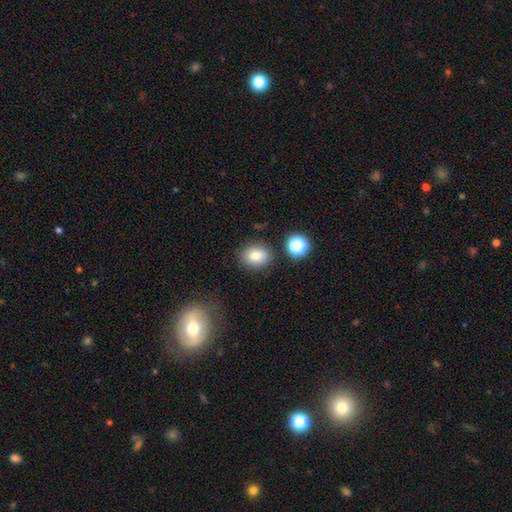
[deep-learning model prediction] A smooth galaxy with no disk features (80%) that is round (51%).

Vote fractions:
- Smooth or featured? smooth: 80% / star or artifact: 12% / featured or disk: 9%
- How rounded? round: 51% / in between: 48% / cigar-shaped: 1%
- Merging? none: 82% / minor disturbance: 10% / merger: 4% / major disturbance: 3%